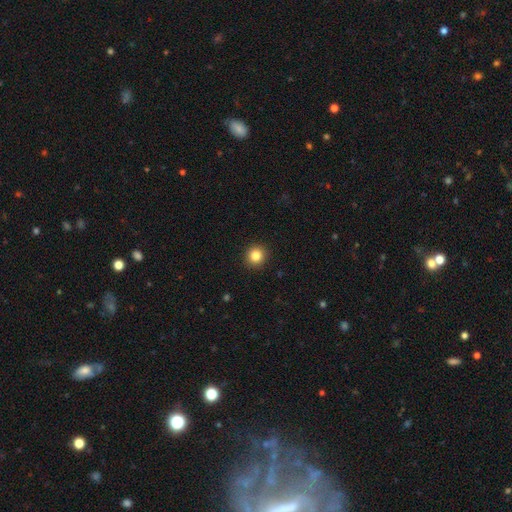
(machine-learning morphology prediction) This is clearly a smooth galaxy (84%). How rounded: clearly round (93%). Merging: clearly none (93%).